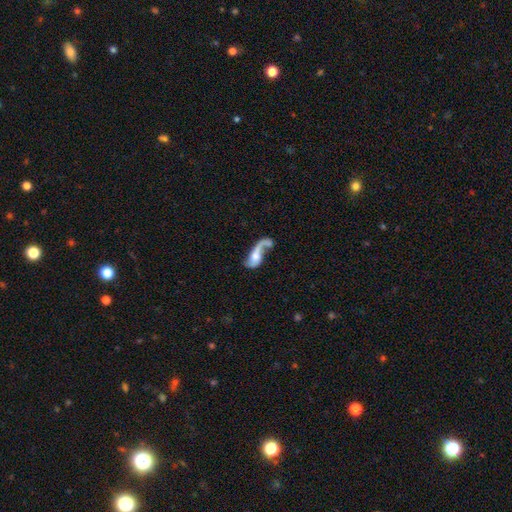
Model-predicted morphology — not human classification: A featured or disk galaxy (69%) with no bar (62%), 2 (48%) loose (83%) spiral arms (84%) and a moderate central bulge (49%). Merging: major disturbance (35%).